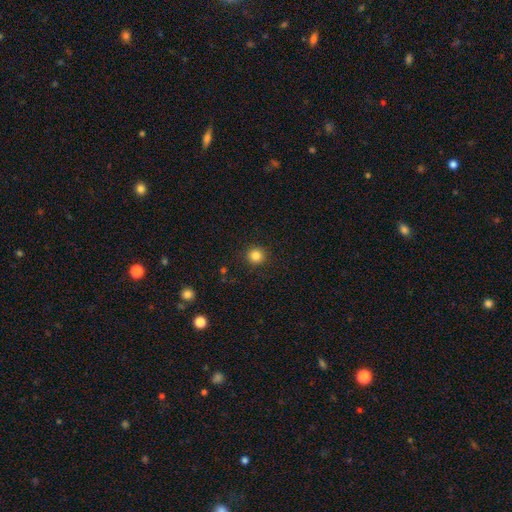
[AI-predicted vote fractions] Q: Smooth or featured?
A: smooth (84%); runner-up: star or artifact (12%)
Q: How rounded?
A: round (93%); runner-up: in between (6%)
Q: Merging?
A: none (91%); runner-up: minor disturbance (6%)